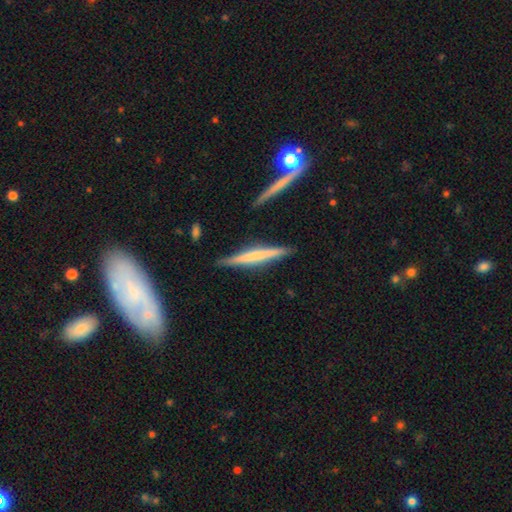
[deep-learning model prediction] Smooth or featured? Predicted: featured or disk (p=0.50). Merging? Predicted: none (p=0.87).